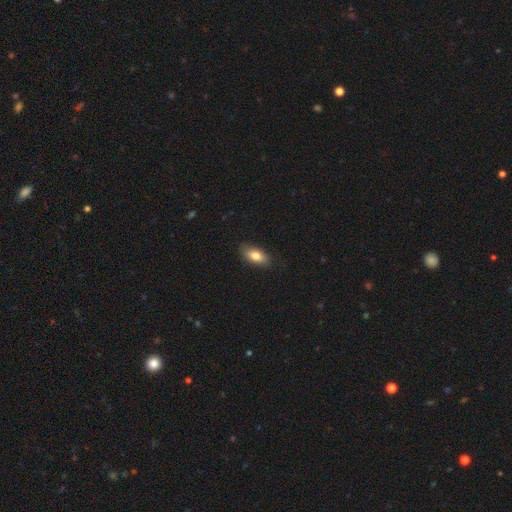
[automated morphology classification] smooth-or-featured: smooth: 80% | featured or disk: 13% | star or artifact: 7%
  how-rounded: in between: 88% | cigar-shaped: 8% | round: 4%
  merging: none: 85% | minor disturbance: 12% | major disturbance: 2% | merger: 1%